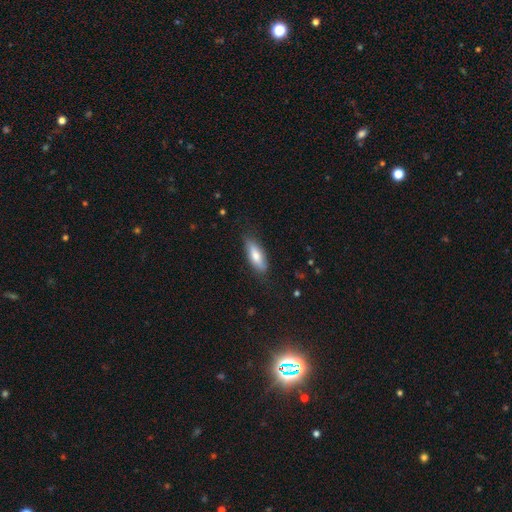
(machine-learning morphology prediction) This is likely a smooth galaxy (72%). How rounded: likely in between (62%). Merging: likely none (80%).